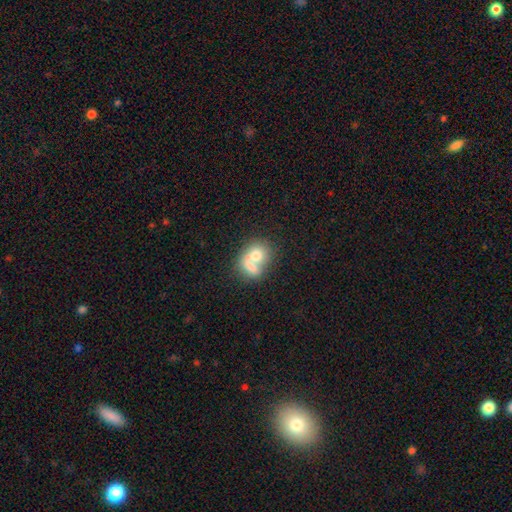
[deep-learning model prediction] A smooth galaxy with no disk features (69%) that is round (56%). Merging: merger (64%).